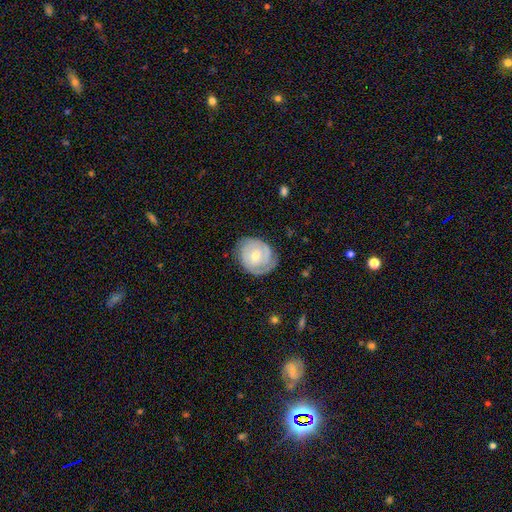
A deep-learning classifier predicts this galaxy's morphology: smooth-or-featured: featured or disk: 71% | smooth: 23% | star or artifact: 5%
  disk-edge-on: no: 97% | yes: 3%
    bar: no: 62% | weak: 32% | strong: 6%
    has-spiral-arms: yes: 90% | no: 10%
      spiral-winding: tight: 66% | medium: 26% | loose: 8%
      spiral-arm-count: 2: 47% | can't tell: 25% | 1: 13% | 3: 11% | 4: 3% | more than 4: 2%
    bulge-size: small: 51% | moderate: 45% | large: 2% | none: 2% | dominant: 1%
  merging: none: 72% | minor disturbance: 20% | major disturbance: 7% | merger: 1%